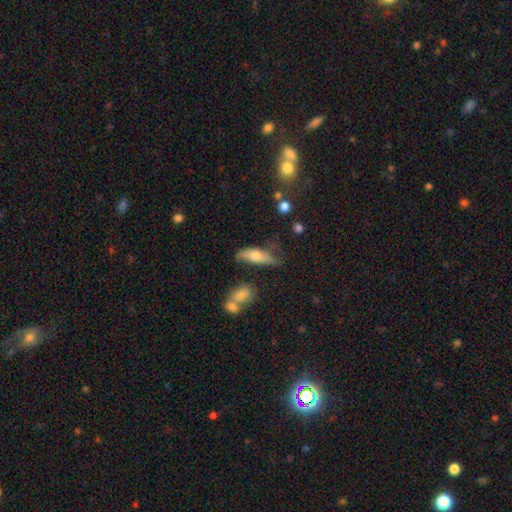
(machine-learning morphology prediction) smooth_or_featured: smooth (p=0.60) [alt: featured or disk p=0.33]
how_rounded: in between (p=0.55) [alt: cigar-shaped p=0.42]
merging: none (p=0.49) [alt: minor disturbance p=0.31]